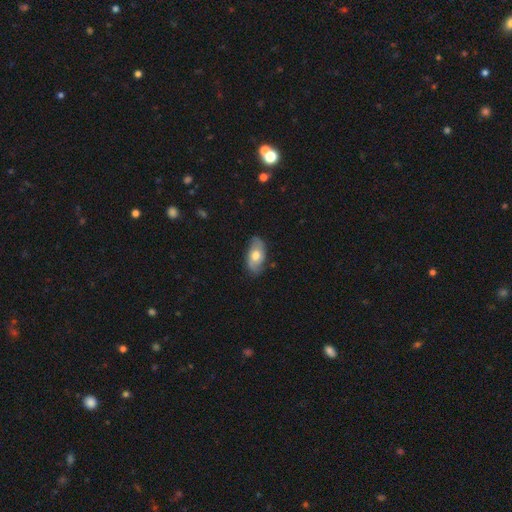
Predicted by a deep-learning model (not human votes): A smooth galaxy with no disk features (54%) that is in between round and cigar-shaped (92%). Merging: none (77%).